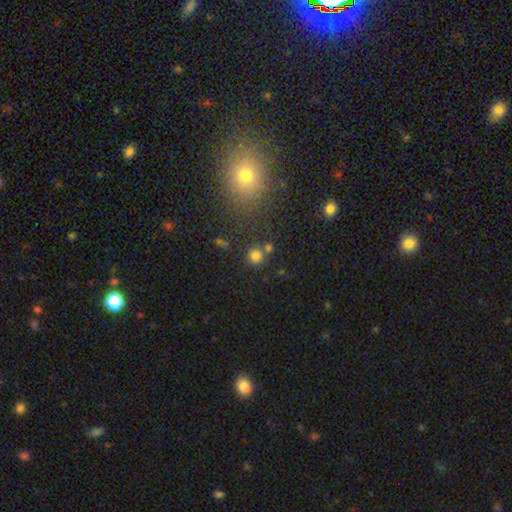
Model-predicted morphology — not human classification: Overall: smooth (75%). How rounded: round (92%). Merging: none (70%).